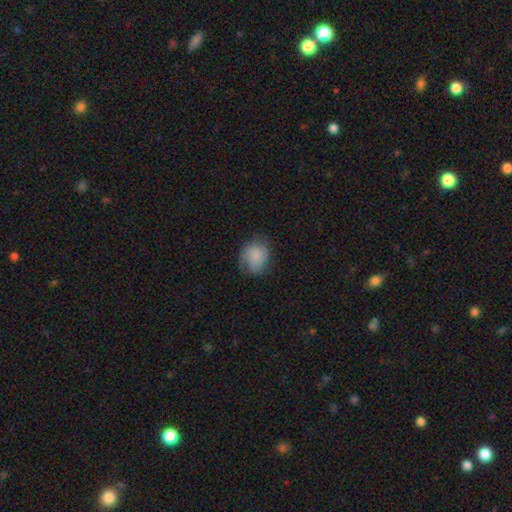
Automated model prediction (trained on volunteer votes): A smooth galaxy with no disk features (75%) that is round (54%). Merging: none (61%).